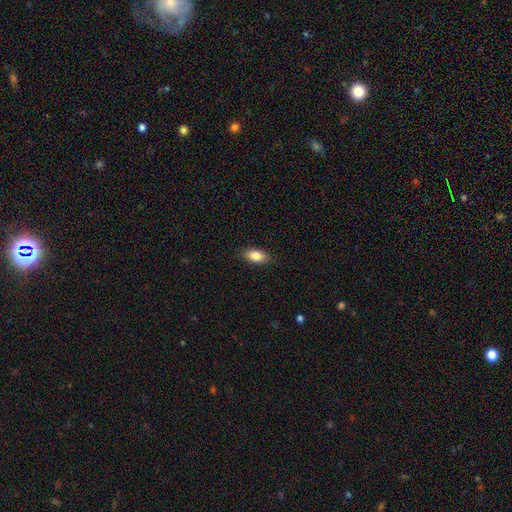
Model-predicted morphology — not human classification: smooth_or_featured: smooth (p=0.84) [alt: featured or disk p=0.09]
how_rounded: in between (p=0.89) [alt: cigar-shaped p=0.06]
merging: none (p=0.88) [alt: minor disturbance p=0.09]